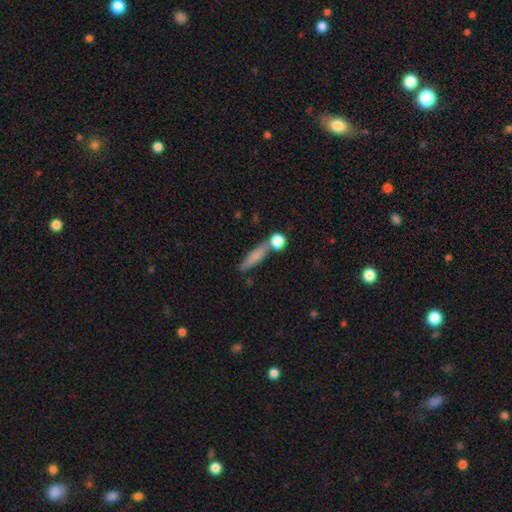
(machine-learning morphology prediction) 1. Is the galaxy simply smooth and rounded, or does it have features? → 69% smooth, 22% featured or disk, 9% star or artifact.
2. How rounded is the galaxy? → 74% cigar-shaped, 20% in between, 6% round.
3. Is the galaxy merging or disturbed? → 64% none, 17% merger, 14% minor disturbance, 5% major disturbance.